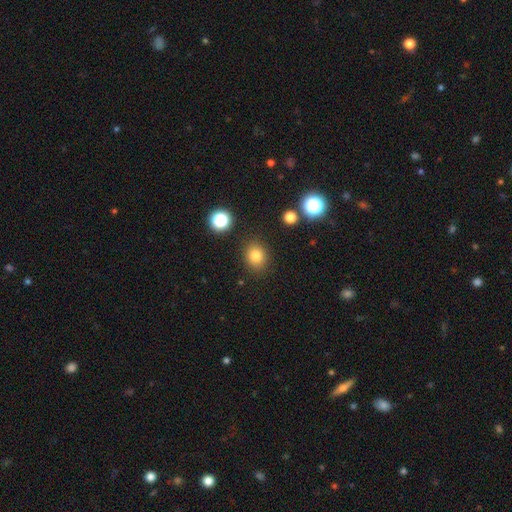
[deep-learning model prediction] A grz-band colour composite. It shows a smooth galaxy with no disk features (81%) that is round (68%). Merging: none (86%).